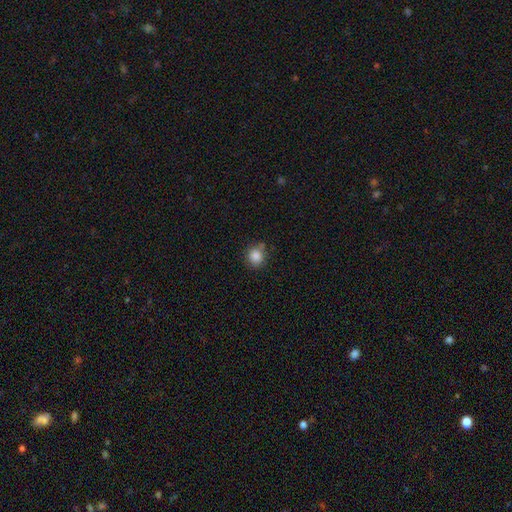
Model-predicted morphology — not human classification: A smooth galaxy with no disk features (86%) that is round (83%). Merging: none (73%).